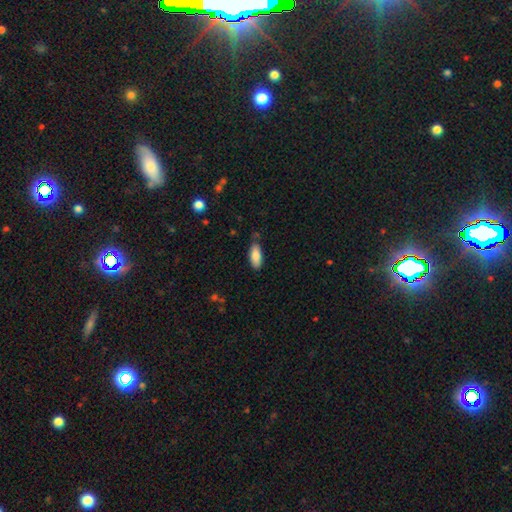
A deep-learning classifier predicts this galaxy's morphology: A smooth galaxy with no disk features (86%) that is in between round and cigar-shaped (81%).

Vote fractions:
- Smooth or featured? smooth: 86% / featured or disk: 7% / star or artifact: 6%
- How rounded? in between: 81% / cigar-shaped: 18% / round: 2%
- Merging? none: 74% / minor disturbance: 20% / major disturbance: 4% / merger: 2%